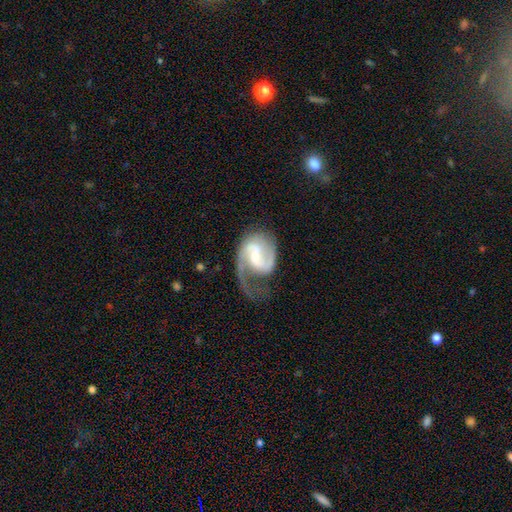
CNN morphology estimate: This appears to be a featured or disk galaxy (89%) with a weak bar (53%), 2 (73%) medium (53%) spiral arms (97%) and a small central bulge (47%). Merging: none (46%).